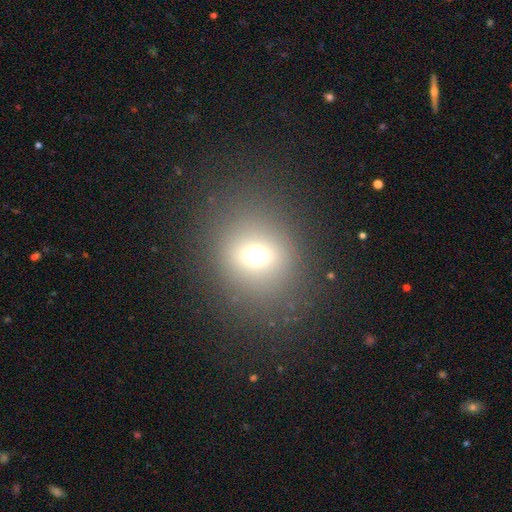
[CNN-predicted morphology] The model was most divided on "smooth or featured": smooth: 64%, star or artifact: 22%, featured or disk: 14%. More confident: merging — none (83%); how rounded — round (76%).